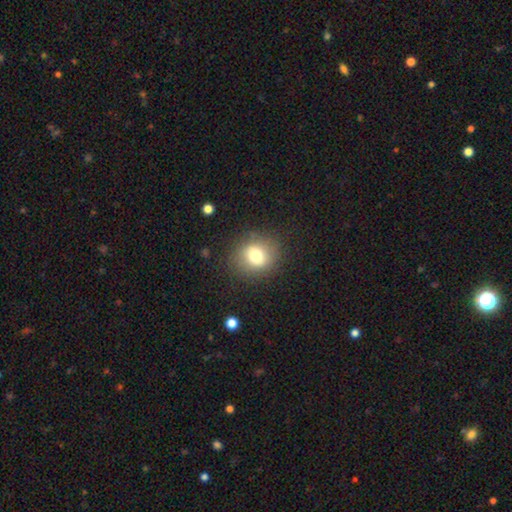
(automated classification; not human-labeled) This appears to be a smooth galaxy with no disk features (74%) that is round (73%). Merging: none (81%).